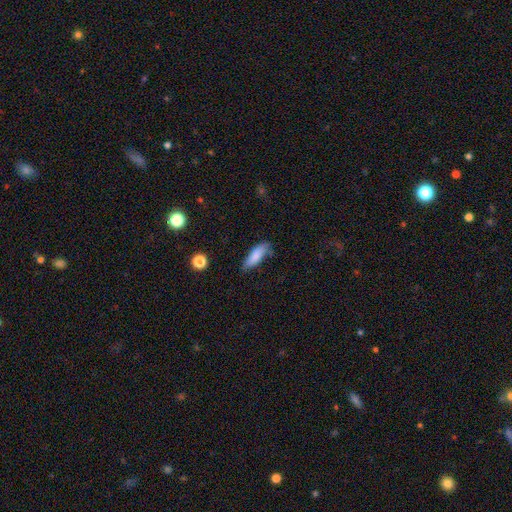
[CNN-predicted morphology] A smooth galaxy with no disk features (82%) that is in between round and cigar-shaped (55%).

Vote fractions:
- Smooth or featured? smooth: 82% / featured or disk: 11% / star or artifact: 7%
- How rounded? in between: 55% / cigar-shaped: 43% / round: 2%
- Merging? none: 64% / minor disturbance: 28% / major disturbance: 6% / merger: 2%